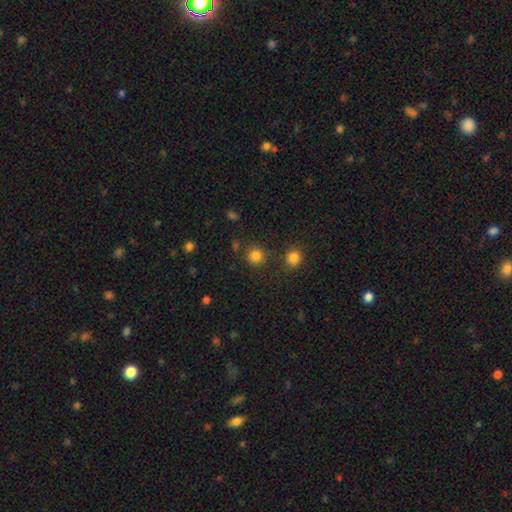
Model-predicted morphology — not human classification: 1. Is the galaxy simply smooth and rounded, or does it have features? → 82% smooth, 14% star or artifact, 4% featured or disk.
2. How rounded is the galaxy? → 92% round, 7% in between, 1% cigar-shaped.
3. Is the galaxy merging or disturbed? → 81% none, 8% minor disturbance, 7% merger, 4% major disturbance.